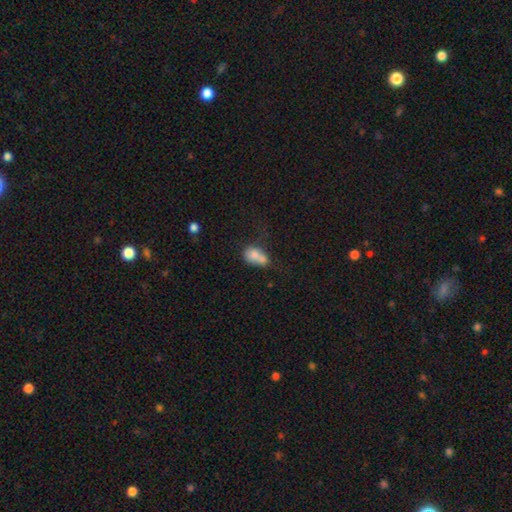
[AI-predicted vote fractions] Smooth or featured? Predicted: smooth (p=0.73). How rounded? Predicted: in between (p=0.78). Merging? Predicted: merger (p=0.45).